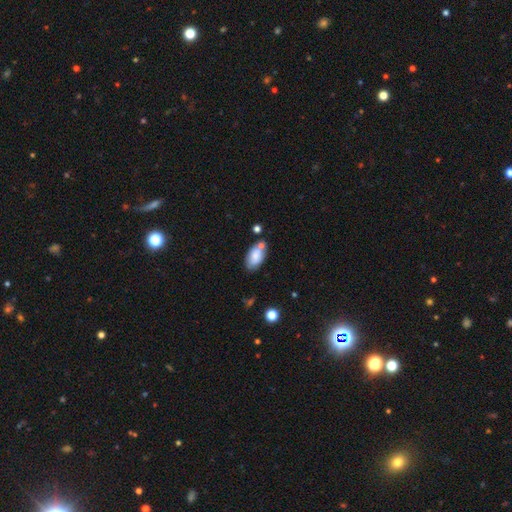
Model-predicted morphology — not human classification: Smooth or featured? Predicted: smooth (p=0.79). How rounded? Predicted: in between (p=0.93). Merging? Predicted: none (p=0.60).